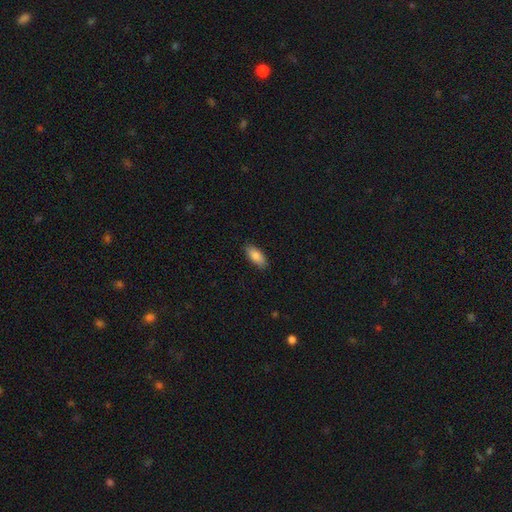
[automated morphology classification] smooth 86%, featured or disk 8%, star or artifact 6%. Down the decision tree: how rounded — in between (86%); merging — none (87%).